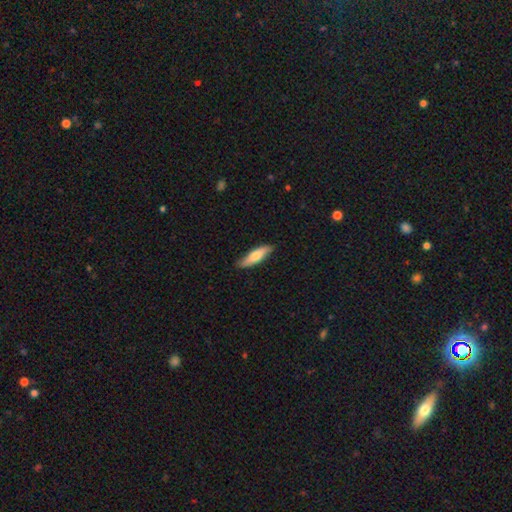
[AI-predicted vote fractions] Smooth or featured? Predicted: smooth (p=0.70). How rounded? Predicted: cigar-shaped (p=0.66). Merging? Predicted: none (p=0.84).